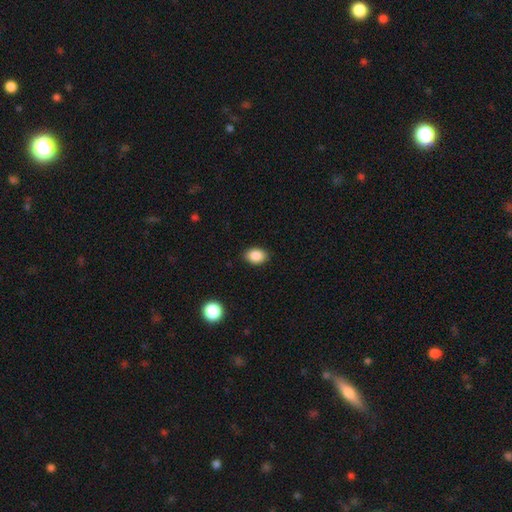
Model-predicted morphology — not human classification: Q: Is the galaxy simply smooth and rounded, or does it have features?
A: smooth — 88%.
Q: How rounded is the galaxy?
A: in between — 72%.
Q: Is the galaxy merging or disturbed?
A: none — 88%.